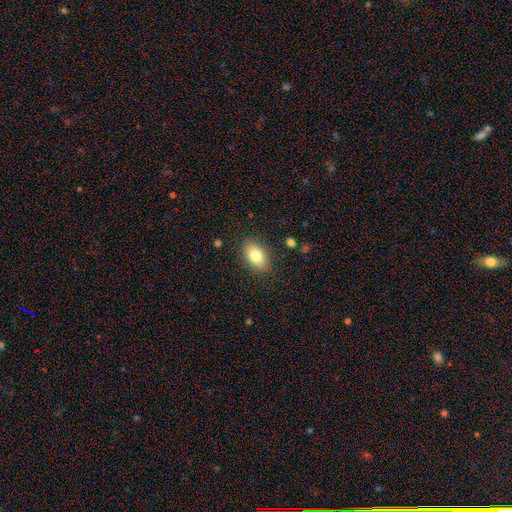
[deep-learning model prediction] A smooth galaxy with no disk features (79%) that is in between round and cigar-shaped (87%).

Vote fractions:
- Smooth or featured? smooth: 79% / featured or disk: 12% / star or artifact: 8%
- How rounded? in between: 87% / round: 12% / cigar-shaped: 2%
- Merging? none: 86% / minor disturbance: 10% / major disturbance: 3% / merger: 1%